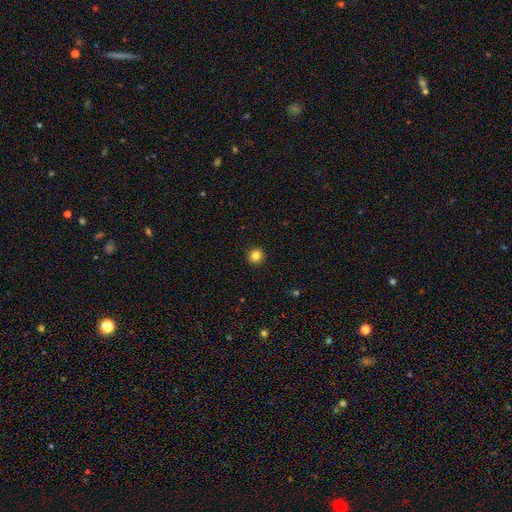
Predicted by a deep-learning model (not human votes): This appears to be a smooth galaxy with no disk features (84%) that is round (95%). Merging: none (93%).